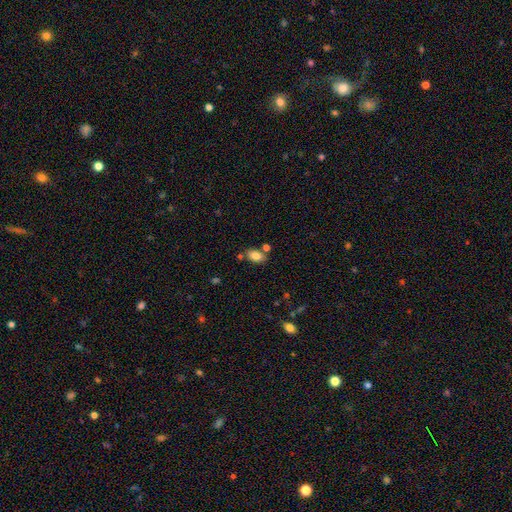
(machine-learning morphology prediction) Smooth or featured: smooth — 81% (featured or disk — 10%)
How rounded: in between — 89% (round — 8%)
Merging: none — 72% (minor disturbance — 13%)